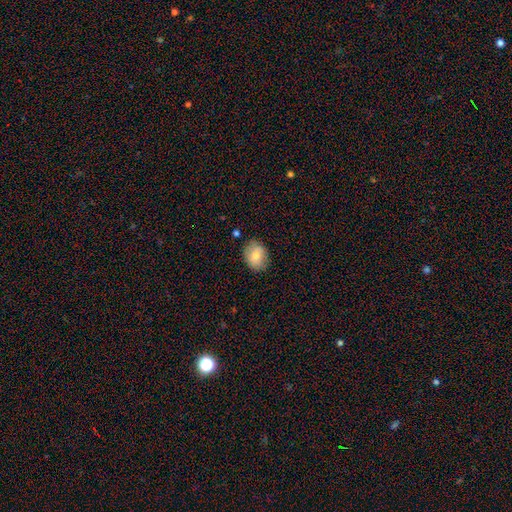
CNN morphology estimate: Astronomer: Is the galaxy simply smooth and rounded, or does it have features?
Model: smooth — 79%.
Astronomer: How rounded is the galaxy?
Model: in between — 60% (runner-up: round, 39%).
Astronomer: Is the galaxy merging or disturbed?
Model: none — 82%.